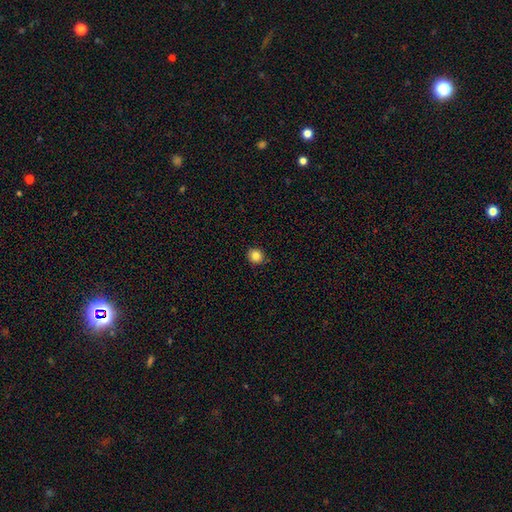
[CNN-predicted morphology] The model was most divided on "smooth or featured": smooth: 83%, star or artifact: 11%, featured or disk: 6%. More confident: merging — none (90%); how rounded — round (89%).